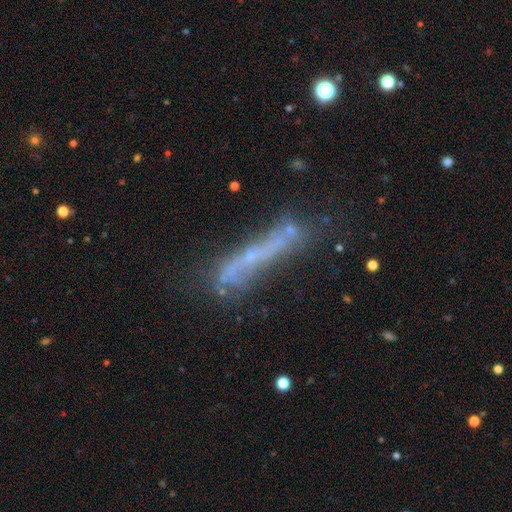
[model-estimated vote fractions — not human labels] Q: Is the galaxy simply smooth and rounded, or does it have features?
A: featured or disk — 53%.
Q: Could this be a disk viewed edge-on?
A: yes — 60%.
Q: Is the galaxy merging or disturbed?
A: none — 48%.